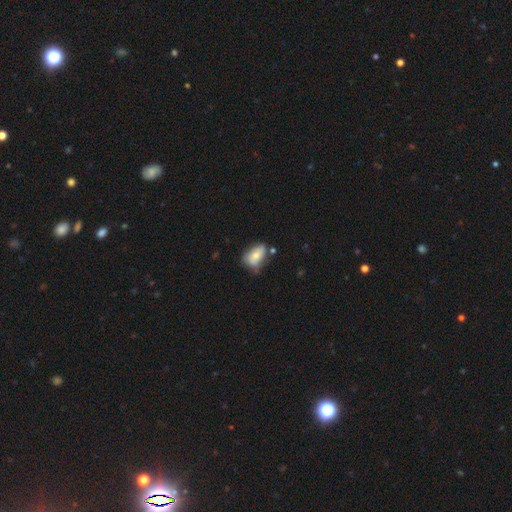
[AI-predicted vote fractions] Morphology: type=smooth (69%); roundness=in between (87%); merging=none (47%).